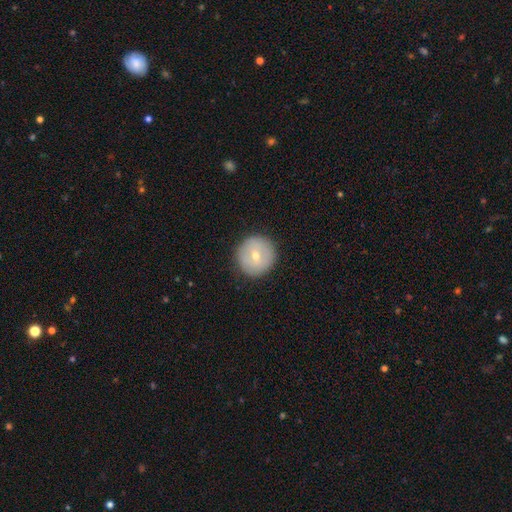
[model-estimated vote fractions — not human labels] smooth 63%, featured or disk 29%, star or artifact 8%. Down the decision tree: how rounded — round (95%); merging — none (89%).